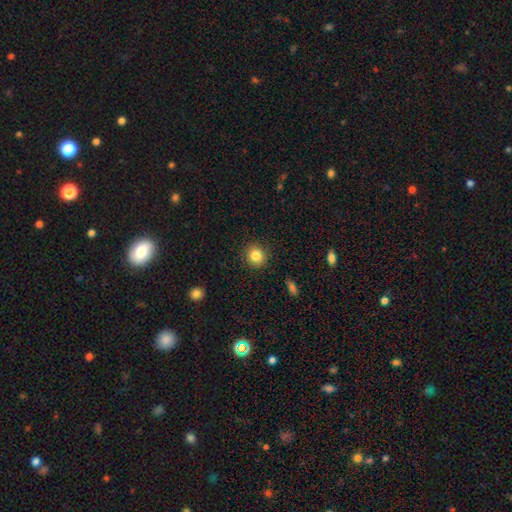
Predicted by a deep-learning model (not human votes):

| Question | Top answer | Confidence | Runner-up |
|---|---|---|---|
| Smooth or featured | smooth | 83% | star or artifact (10%) |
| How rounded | round | 88% | in between (11%) |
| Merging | none | 90% | minor disturbance (7%) |